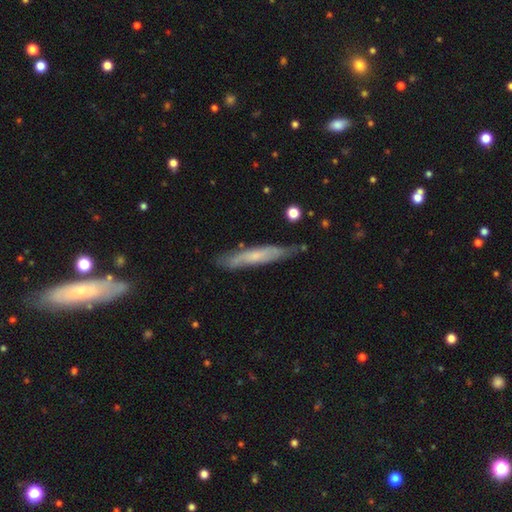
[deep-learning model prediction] Smooth or featured: featured or disk — 48% (smooth — 46%)
Merging: none — 70% (minor disturbance — 23%)